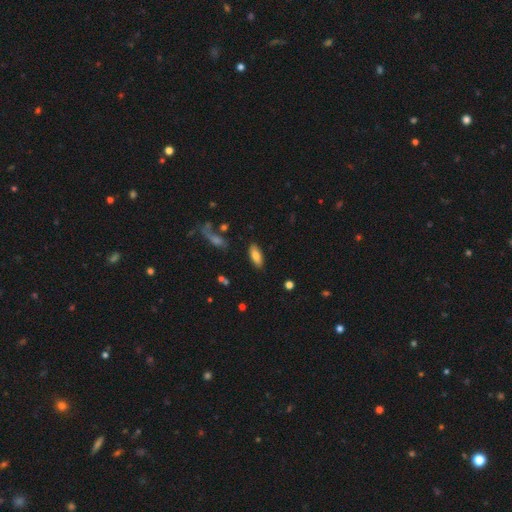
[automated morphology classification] A smooth galaxy with no disk features (79%) that is in between round and cigar-shaped (80%). Merging: none (86%).